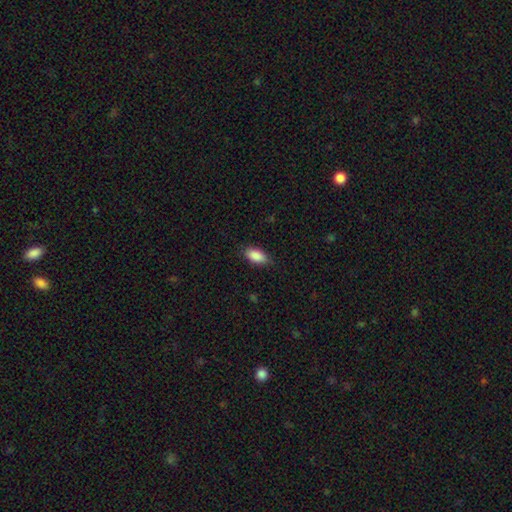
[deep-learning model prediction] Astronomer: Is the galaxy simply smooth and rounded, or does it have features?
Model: smooth — 89%.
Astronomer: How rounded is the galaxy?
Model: in between — 91%.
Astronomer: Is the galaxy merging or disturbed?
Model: none — 83%.